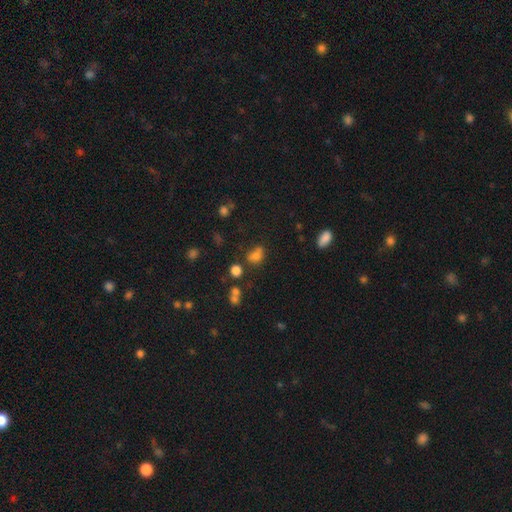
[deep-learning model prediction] Smooth or featured: smooth — 71% (star or artifact — 19%)
How rounded: in between — 55% (round — 43%)
Merging: none — 49% (merger — 25%)